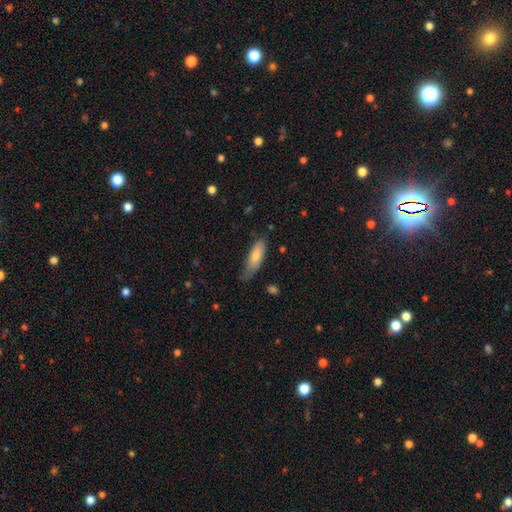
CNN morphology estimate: Overall: smooth (77%). How rounded: in between (54%; cigar-shaped 44%). Merging: none (53%; minor disturbance 36%).